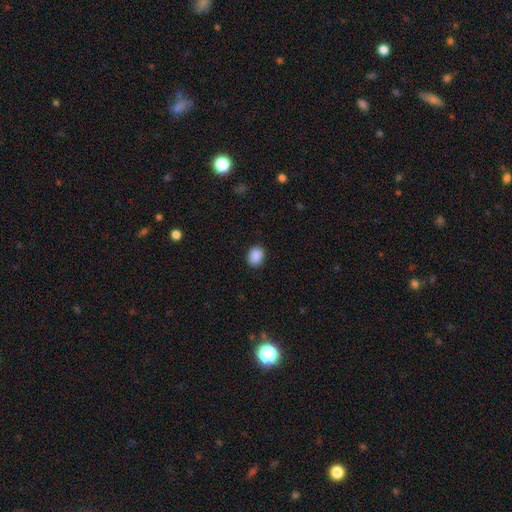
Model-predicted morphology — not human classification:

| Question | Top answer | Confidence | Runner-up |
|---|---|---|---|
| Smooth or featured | smooth | 89% | star or artifact (8%) |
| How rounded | in between | 53% | round (46%) |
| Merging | none | 89% | minor disturbance (8%) |